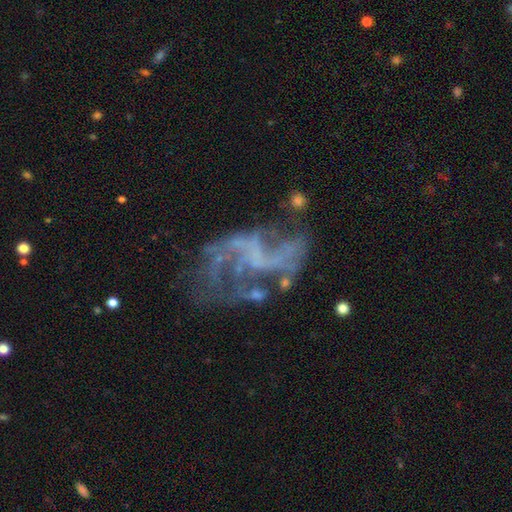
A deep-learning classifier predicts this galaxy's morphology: featured or disk 79%, star or artifact 13%, smooth 8%. Down the decision tree: edge-on disk — no (98%); bar — no (56%); spiral arms — yes (74%); spiral arm count — 2 (50%); spiral winding — loose (66%); bulge size — none (75%); merging — none (39%).